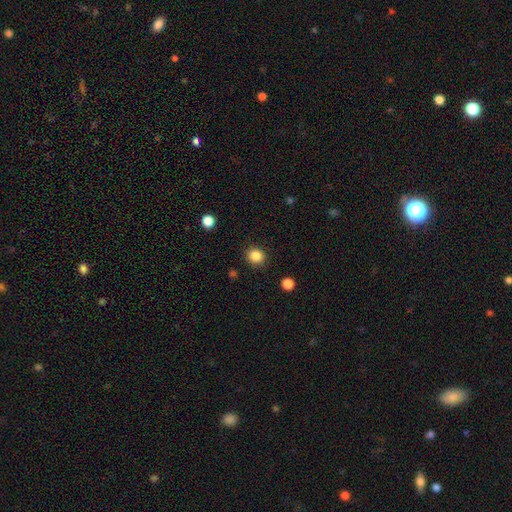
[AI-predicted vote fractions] smooth 86%, star or artifact 10%, featured or disk 3%. Down the decision tree: how rounded — round (84%); merging — none (89%).